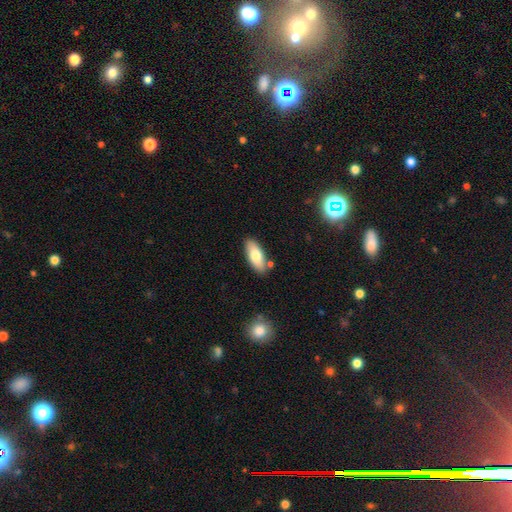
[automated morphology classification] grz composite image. It shows a smooth galaxy with no disk features (74%) that is in between round and cigar-shaped (80%). Merging: none (82%).